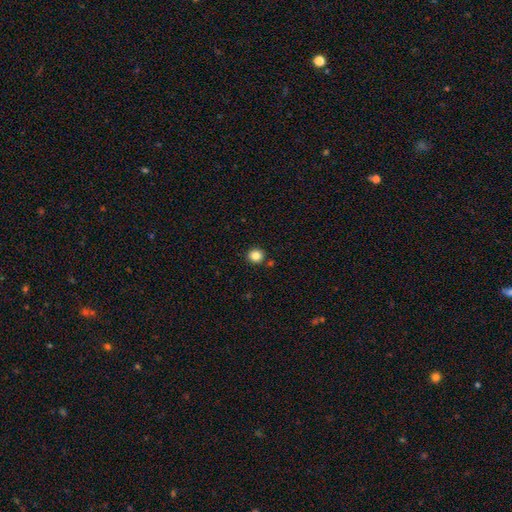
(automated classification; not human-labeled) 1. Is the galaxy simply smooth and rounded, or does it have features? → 84% smooth, 11% star or artifact, 5% featured or disk.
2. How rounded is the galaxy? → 89% round, 10% in between, 1% cigar-shaped.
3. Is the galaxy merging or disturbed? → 88% none, 6% minor disturbance, 4% merger, 2% major disturbance.